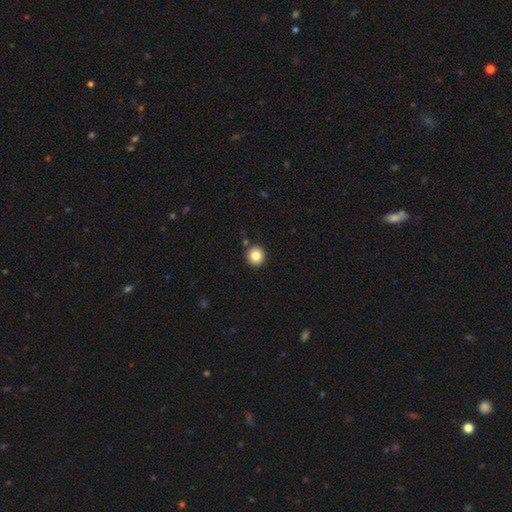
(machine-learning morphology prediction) Smooth or featured? smooth (83%)
How rounded? round (94%)
Merging? none (89%)